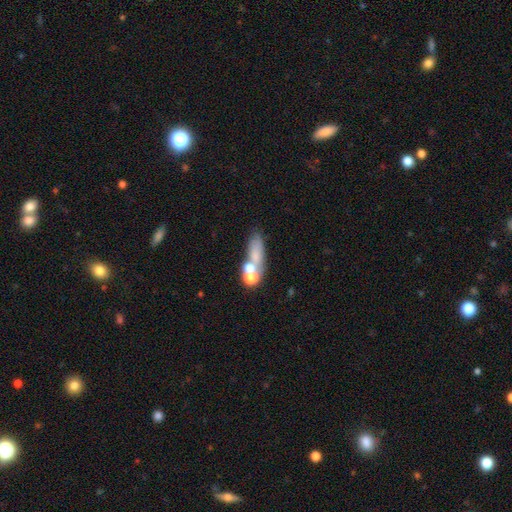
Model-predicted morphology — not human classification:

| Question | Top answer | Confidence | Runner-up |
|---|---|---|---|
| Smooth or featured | smooth | 58% | featured or disk (25%) |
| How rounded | in between | 51% | cigar-shaped (32%) |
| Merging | none | 48% | merger (29%) |